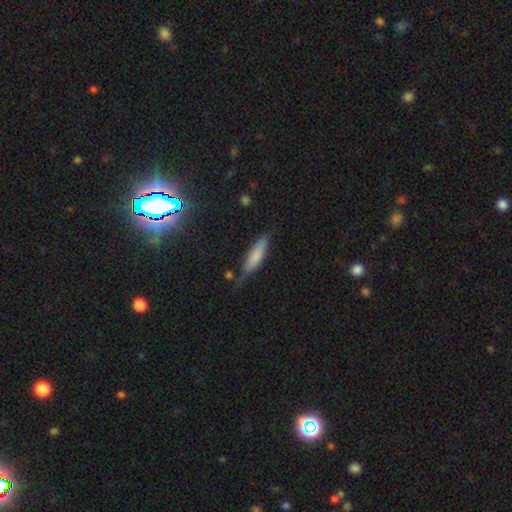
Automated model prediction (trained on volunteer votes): Smooth or featured? Predicted: smooth (p=0.70). How rounded? Predicted: cigar-shaped (p=0.62). Merging? Predicted: none (p=0.58).